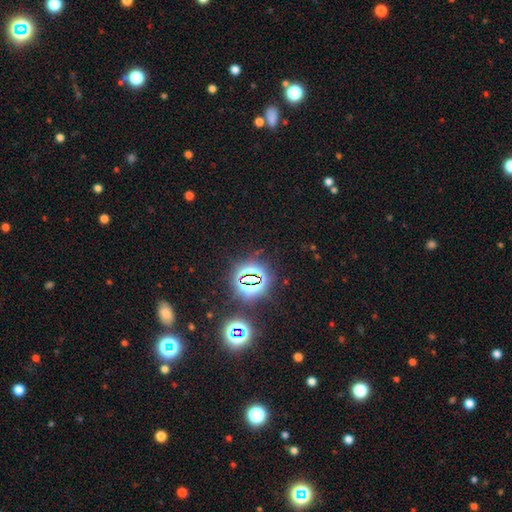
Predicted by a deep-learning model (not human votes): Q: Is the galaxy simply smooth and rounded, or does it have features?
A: star or artifact — 75%.